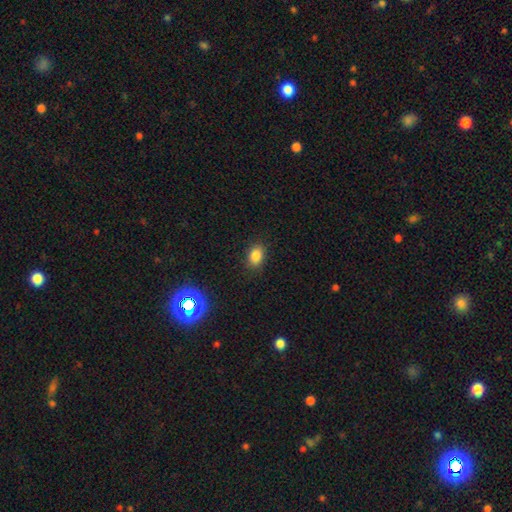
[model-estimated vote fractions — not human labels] The model was most divided on "how rounded": in between: 75%, round: 24%, cigar-shaped: 1%. More confident: merging — none (86%); smooth or featured — smooth (83%).